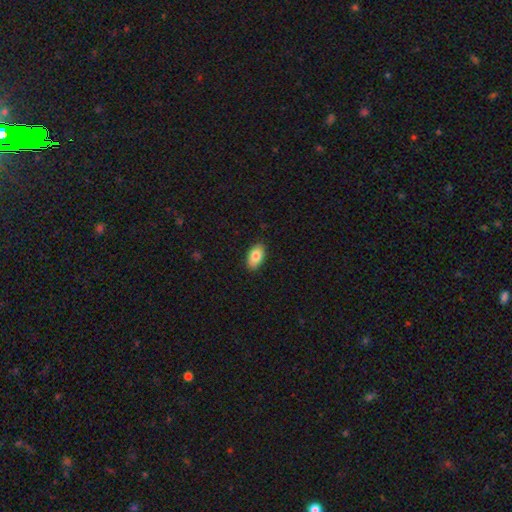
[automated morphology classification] A smooth galaxy with no disk features (83%) that is in between round and cigar-shaped (93%). Merging: none (88%).